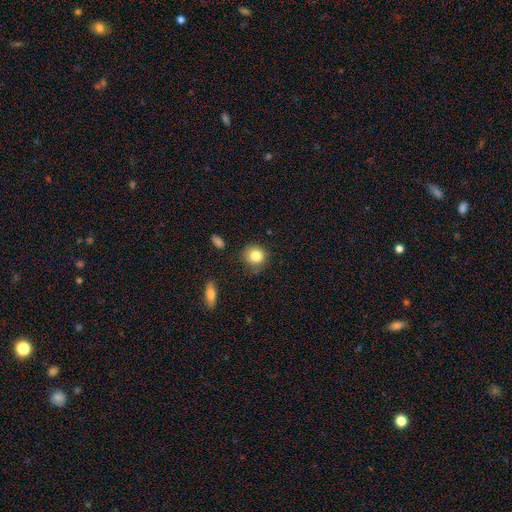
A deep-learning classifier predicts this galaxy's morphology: Smooth or featured?
  - smooth: 83% *
  - star or artifact: 9%
  - featured or disk: 7%
How rounded?
  - round: 85% *
  - in between: 14%
  - cigar-shaped: 1%
Merging?
  - none: 77% *
  - minor disturbance: 16%
  - major disturbance: 4%
  - merger: 3%